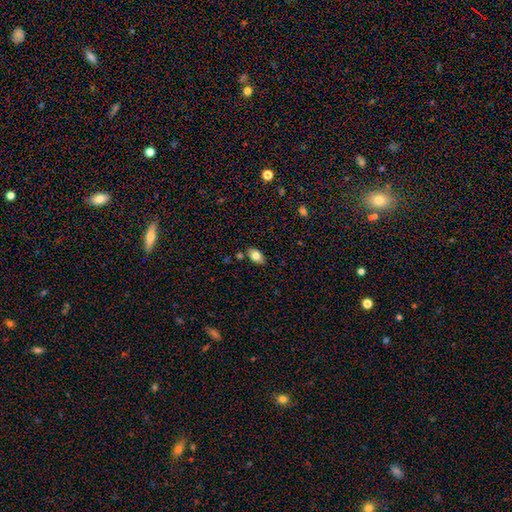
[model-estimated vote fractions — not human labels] This is likely a smooth galaxy (78%). How rounded: clearly in between (91%). Merging: clearly none (83%).